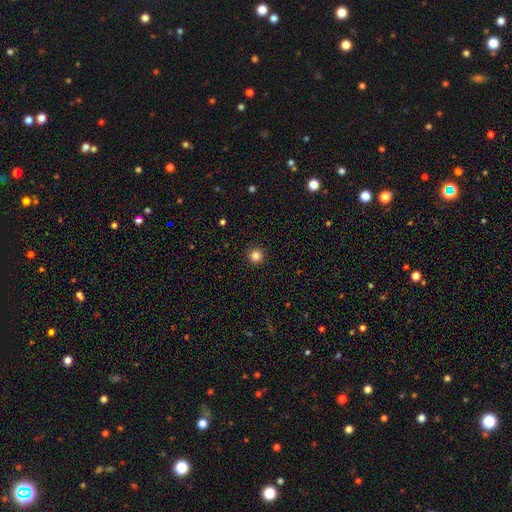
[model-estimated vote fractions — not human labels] This is clearly a smooth galaxy (84%). How rounded: clearly round (96%). Merging: clearly none (93%).